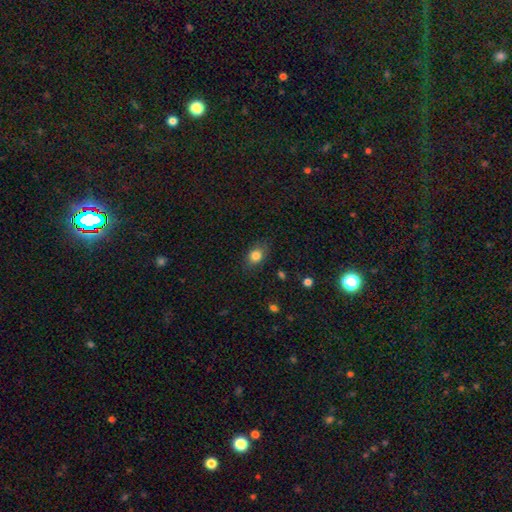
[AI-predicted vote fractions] Smooth or featured? smooth (82%)
How rounded? in between (66%)
Merging? none (80%)